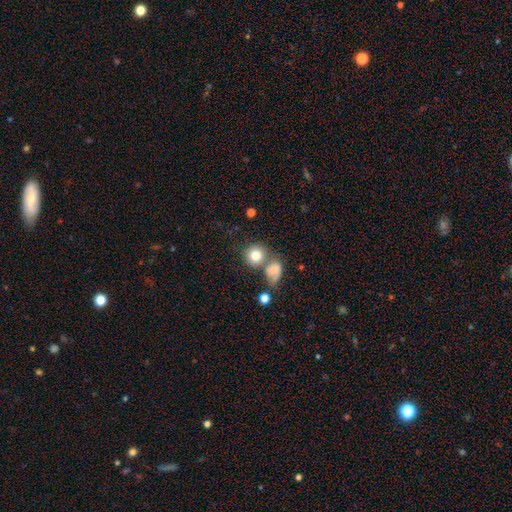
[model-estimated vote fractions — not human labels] Smooth or featured? smooth (80%)
How rounded? round (83%)
Merging? none (51%)